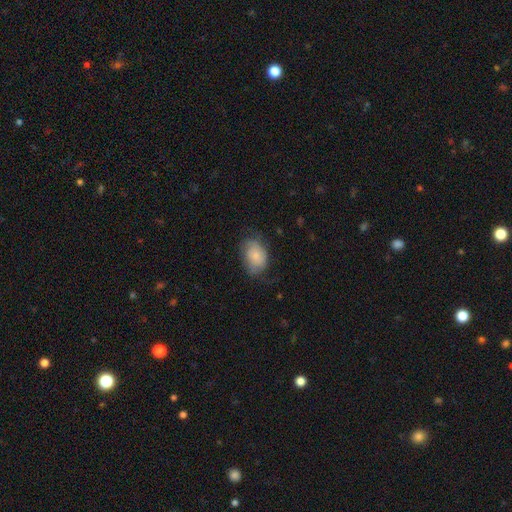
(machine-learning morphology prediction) Smooth or featured? smooth (68%)
How rounded? in between (78%)
Merging? none (55%)